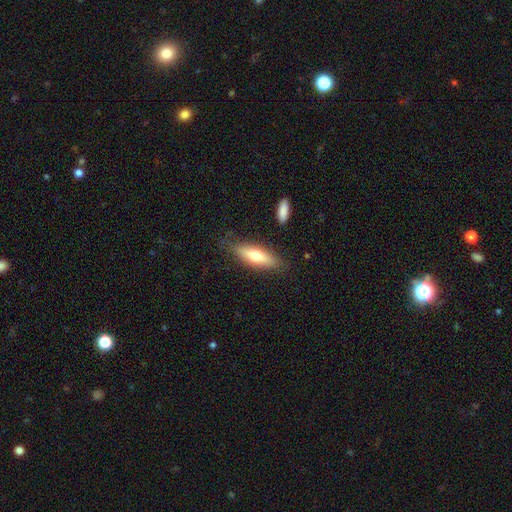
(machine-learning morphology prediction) smooth 65%, featured or disk 29%, star or artifact 6%. Down the decision tree: how rounded — cigar-shaped (54%); merging — none (79%).